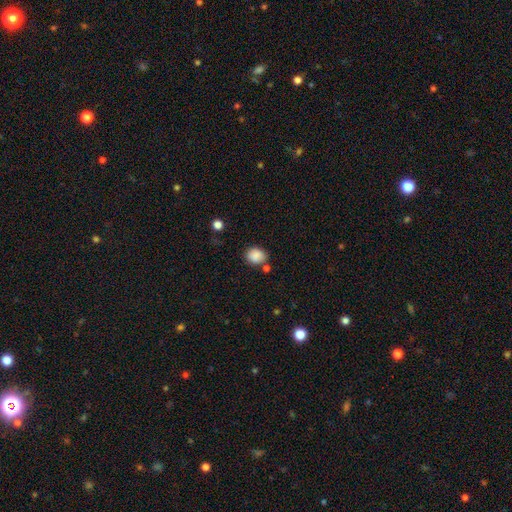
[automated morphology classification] A smooth galaxy with no disk features (87%) that is round (56%). Merging: none (73%).